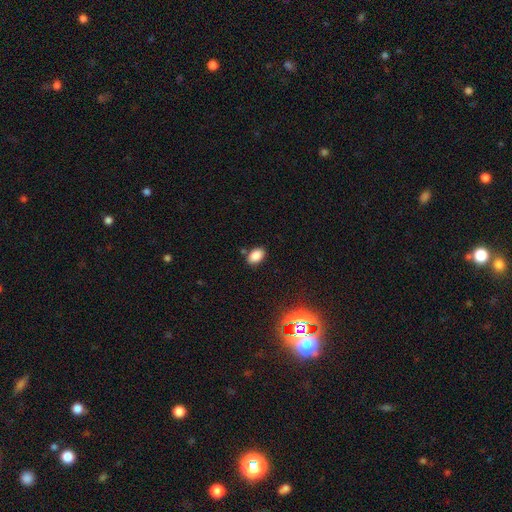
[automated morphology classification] This is clearly a smooth galaxy (85%). How rounded: clearly in between (89%). Merging: clearly none (82%).